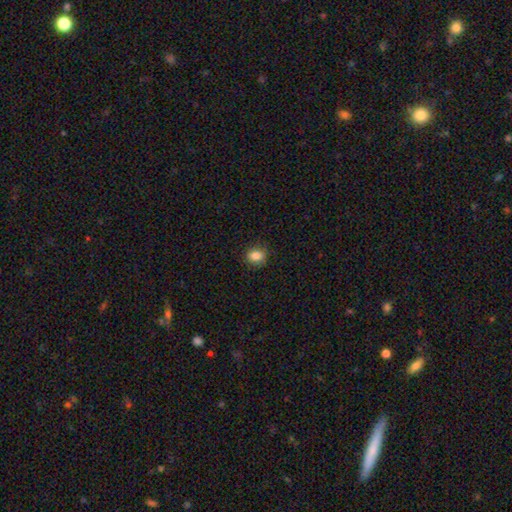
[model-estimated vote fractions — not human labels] Morphology: type=smooth (85%); roundness=round (51%); merging=none (84%).